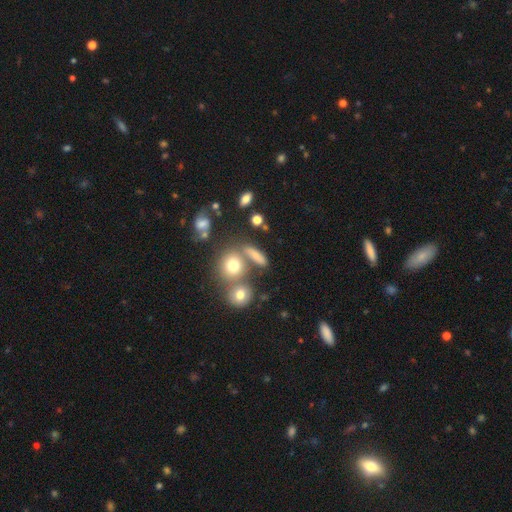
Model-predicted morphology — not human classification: A smooth galaxy with no disk features (70%) that is in between round and cigar-shaped (38%). Merging: none (59%).